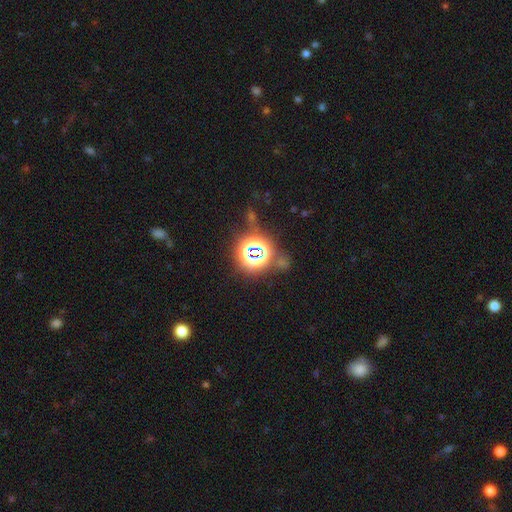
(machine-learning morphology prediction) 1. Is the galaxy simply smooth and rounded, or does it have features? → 72% star or artifact, 20% smooth, 9% featured or disk.